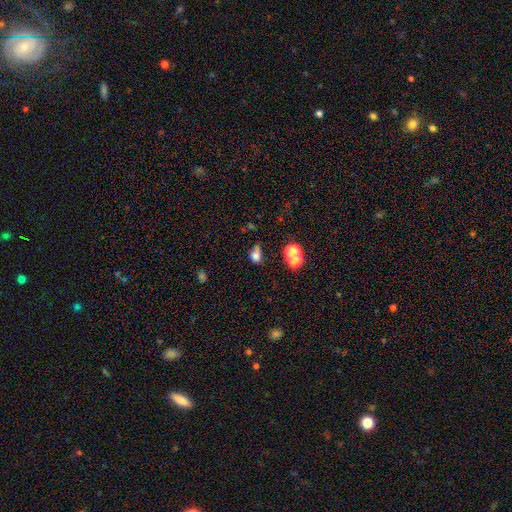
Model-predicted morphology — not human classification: Q: Smooth or featured?
A: smooth (71%); runner-up: star or artifact (16%)
Q: How rounded?
A: in between (63%); runner-up: round (34%)
Q: Merging?
A: none (33%); runner-up: minor disturbance (26%)